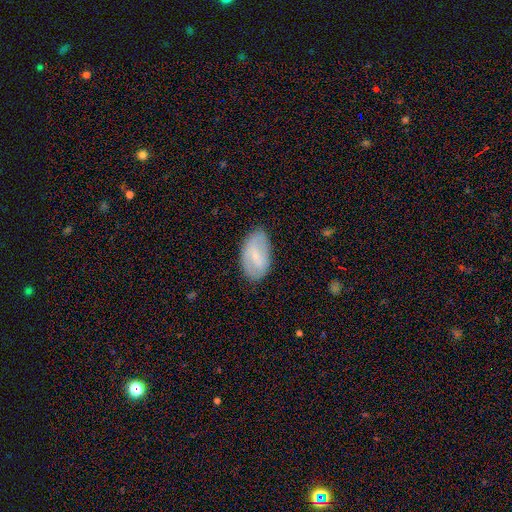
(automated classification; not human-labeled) Smooth or featured?
  - smooth: 52% *
  - featured or disk: 41%
  - star or artifact: 7%
How rounded?
  - in between: 93% *
  - round: 5%
  - cigar-shaped: 2%
Merging?
  - none: 76% *
  - minor disturbance: 19%
  - major disturbance: 5%
  - merger: 1%